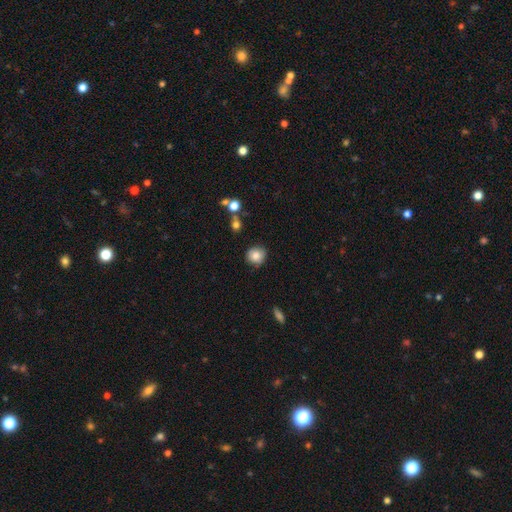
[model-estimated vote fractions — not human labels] A smooth galaxy with no disk features (84%) that is round (88%). Merging: none (83%).